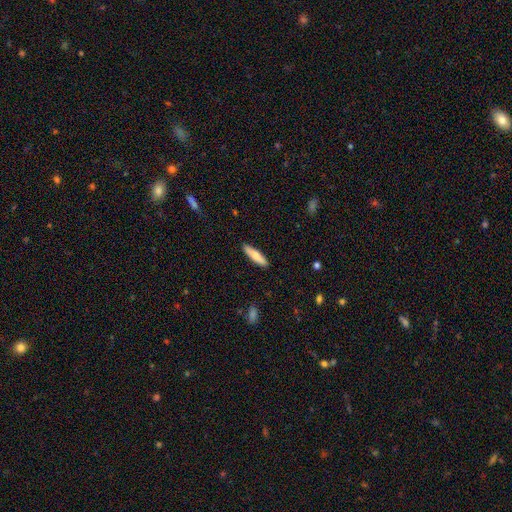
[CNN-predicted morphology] Smooth or featured?
  - smooth: 71% *
  - featured or disk: 24%
  - star or artifact: 5%
How rounded?
  - cigar-shaped: 79% *
  - in between: 20%
  - round: 2%
Merging?
  - none: 90% *
  - minor disturbance: 7%
  - major disturbance: 2%
  - merger: 1%